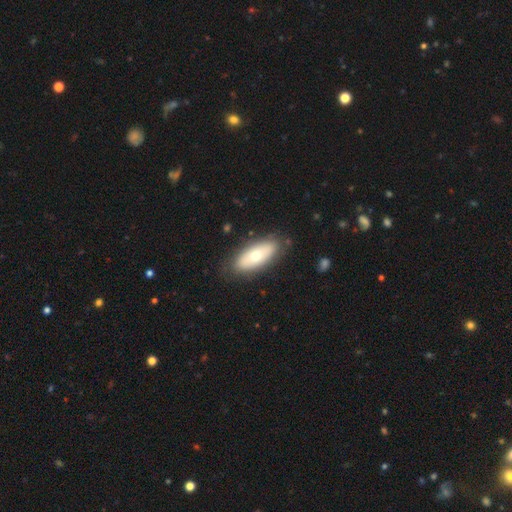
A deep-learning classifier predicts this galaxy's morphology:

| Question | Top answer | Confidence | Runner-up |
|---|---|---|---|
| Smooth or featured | smooth | 63% | featured or disk (31%) |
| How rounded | in between | 81% | cigar-shaped (16%) |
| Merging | none | 83% | minor disturbance (12%) |